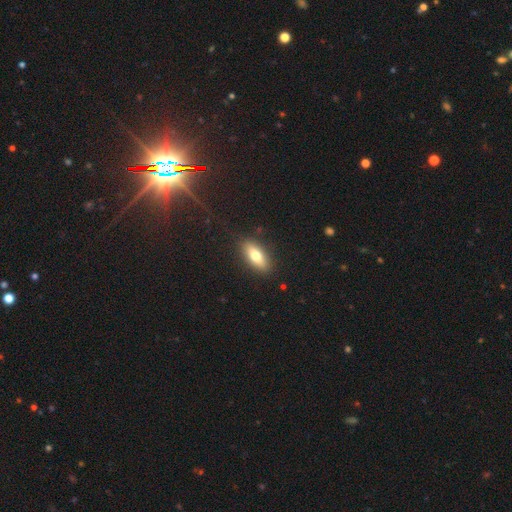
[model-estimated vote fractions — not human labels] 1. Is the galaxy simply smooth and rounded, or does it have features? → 73% smooth, 20% featured or disk, 7% star or artifact.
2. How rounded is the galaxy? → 79% in between, 17% cigar-shaped, 3% round.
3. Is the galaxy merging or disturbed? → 87% none, 9% minor disturbance, 2% major disturbance, 1% merger.